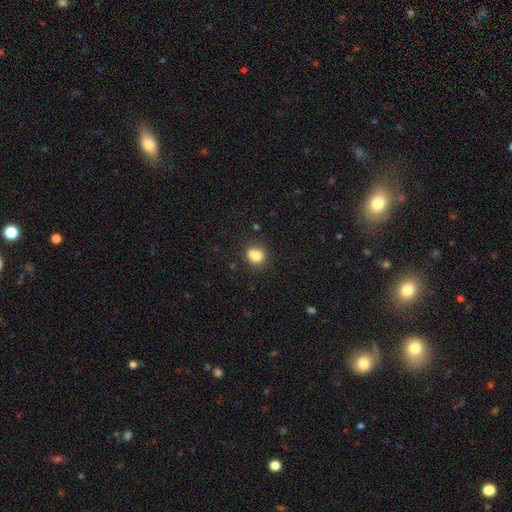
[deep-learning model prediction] Morphology: type=smooth (82%); roundness=round (71%); merging=none (69%).